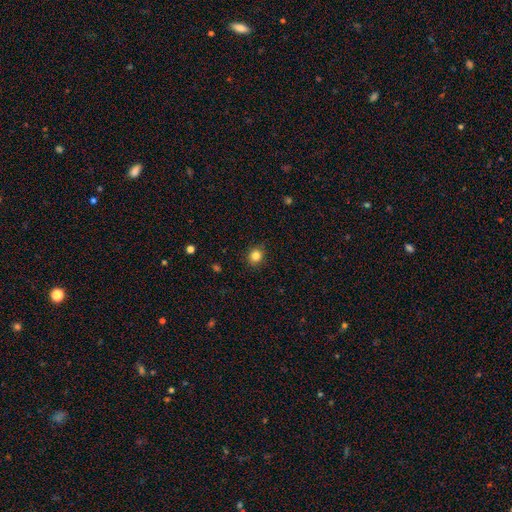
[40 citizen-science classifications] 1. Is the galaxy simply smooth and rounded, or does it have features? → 90% smooth, 8% star or artifact, 2% featured or disk.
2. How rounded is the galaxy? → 83% round, 14% in between, 3% cigar-shaped.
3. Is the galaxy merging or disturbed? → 97% none, 3% merger, 0% minor disturbance, 0% major disturbance.